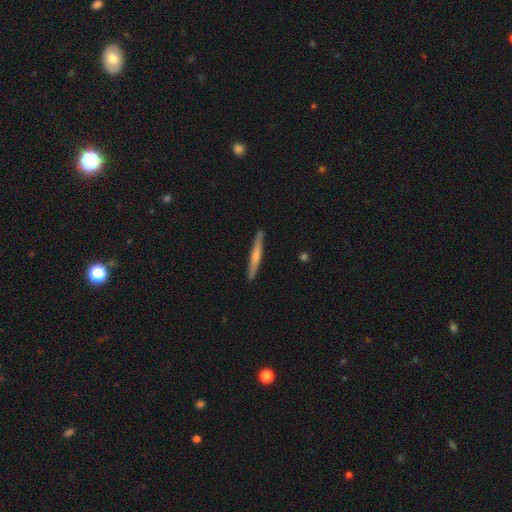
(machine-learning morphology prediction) smooth-or-featured: smooth: 48% | featured or disk: 46% | star or artifact: 5%
  merging: none: 90% | minor disturbance: 7% | merger: 1% | major disturbance: 1%